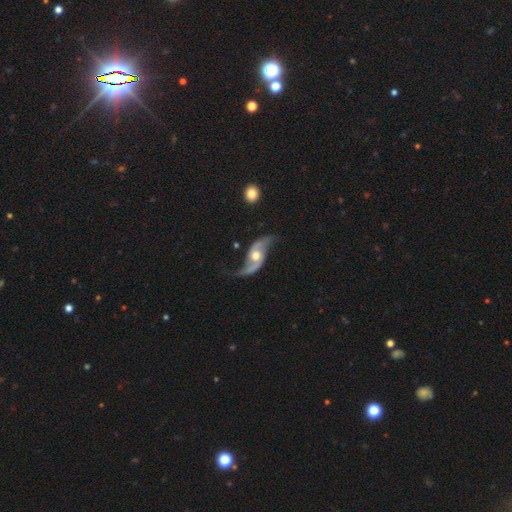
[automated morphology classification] Overall: featured or disk (89%). Edge-on disk: no (94%). Bar: no (59%; weak 30%). Spiral arms: yes (96%). Spiral arm count: 2 (93%). Spiral winding: loose (79%). Bulge size: moderate (72%). Merging: none (64%).